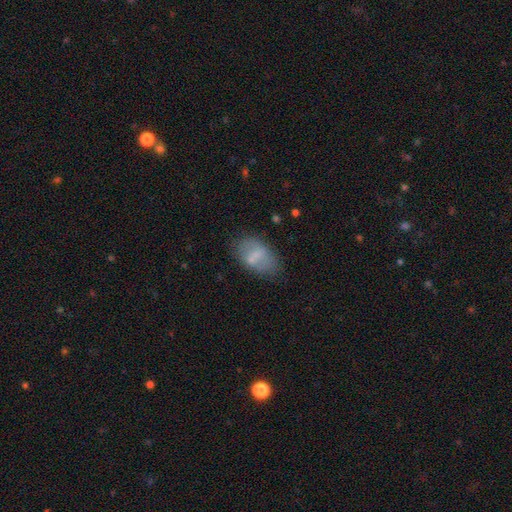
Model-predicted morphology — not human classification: This is likely a smooth galaxy (60%). How rounded: clearly in between (90%). Merging: likely none (66%).